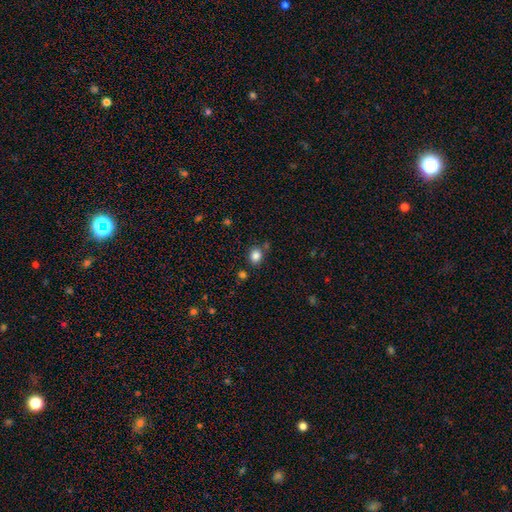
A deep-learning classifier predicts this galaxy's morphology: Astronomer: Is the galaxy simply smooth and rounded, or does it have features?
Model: smooth — 84%.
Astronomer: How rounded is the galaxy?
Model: round — 63%.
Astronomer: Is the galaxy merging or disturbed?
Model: none — 77%.